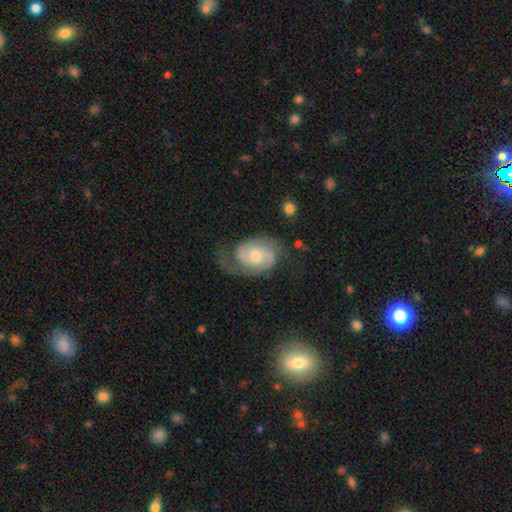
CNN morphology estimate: This is likely a featured or disk galaxy (75%). It is clearly not viewed edge-on (97%). Bar: likely no (62%). Spiral arm pattern: clearly yes (93%). Spiral arm count: likely 2 (70%). Spiral winding: marginally medium (42%). Central bulge: possibly moderate (55%). Merging: possibly none (50%).